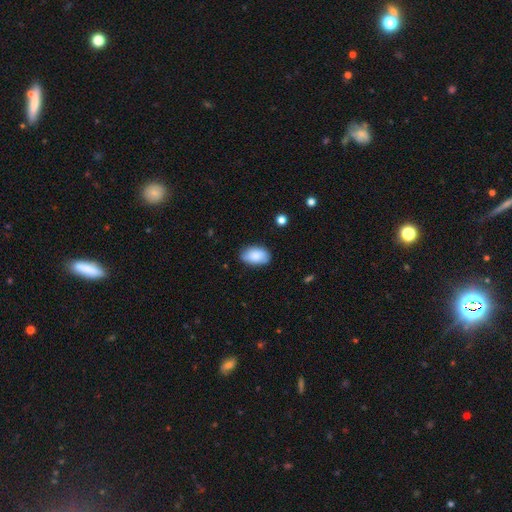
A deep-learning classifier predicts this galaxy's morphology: Overall: smooth (85%). How rounded: in between (92%). Merging: none (80%).